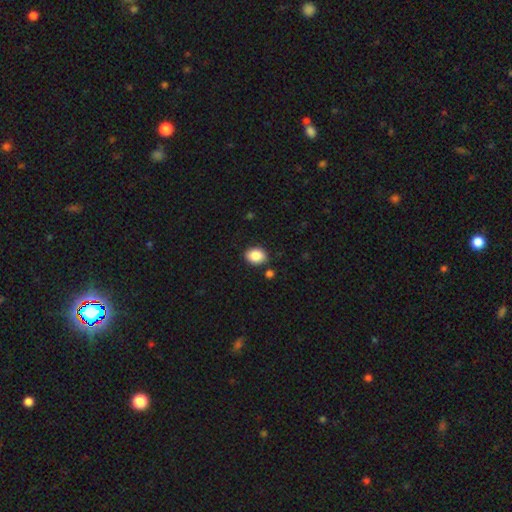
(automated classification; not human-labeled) This is clearly a smooth galaxy (88%). How rounded: possibly in between (58%). Merging: clearly none (84%).